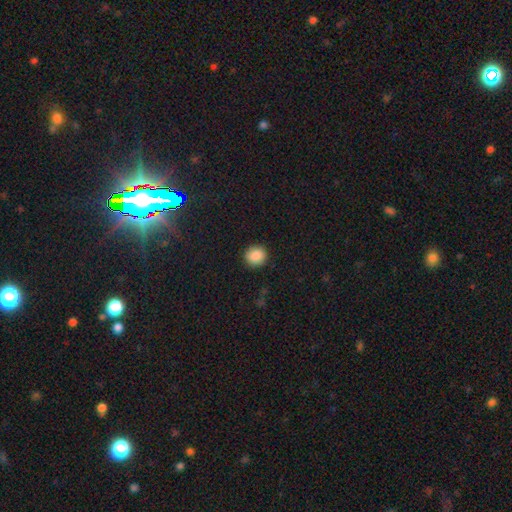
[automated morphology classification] A smooth galaxy with no disk features (88%) that is round (90%). Merging: none (91%).